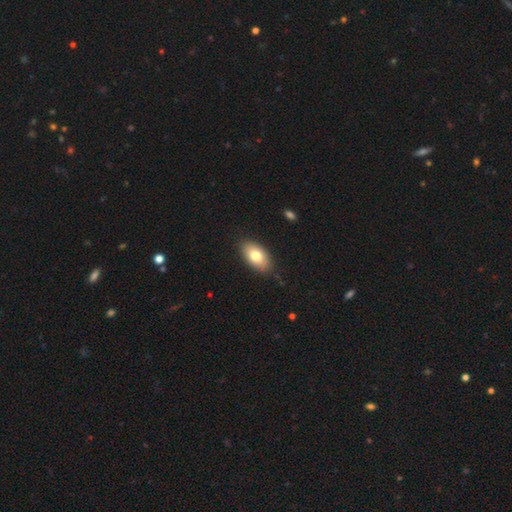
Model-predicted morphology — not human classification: This is likely a smooth galaxy (76%). How rounded: clearly in between (92%). Merging: clearly none (86%).